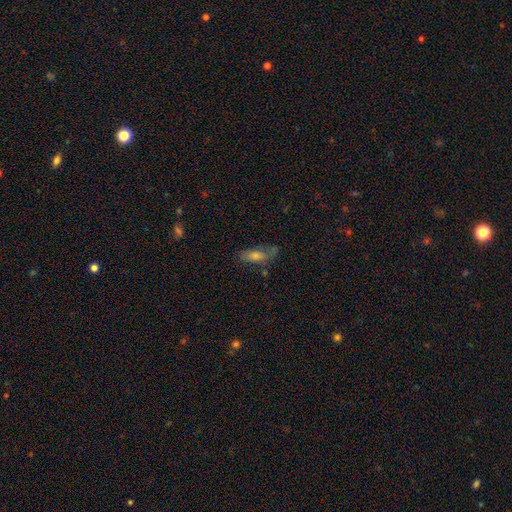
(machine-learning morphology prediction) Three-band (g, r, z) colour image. It shows a smooth galaxy with no disk features (55%) that is in between round and cigar-shaped (61%). Merging: none (61%).